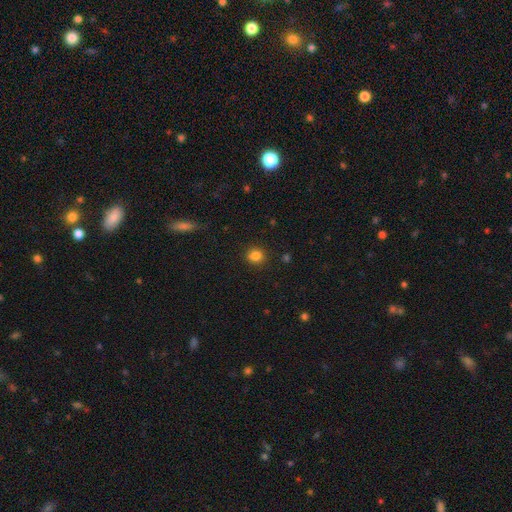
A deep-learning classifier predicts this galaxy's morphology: The model was most divided on "how rounded": round: 83%, in between: 16%, cigar-shaped: 1%. More confident: merging — none (87%); smooth or featured — smooth (83%).